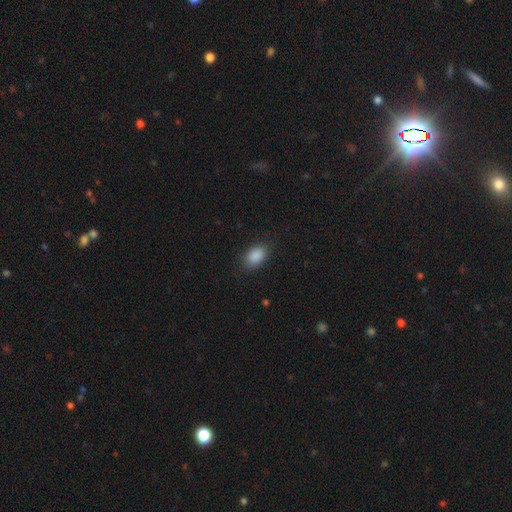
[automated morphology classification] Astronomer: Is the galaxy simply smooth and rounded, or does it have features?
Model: smooth — 89%.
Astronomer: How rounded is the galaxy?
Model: in between — 87%.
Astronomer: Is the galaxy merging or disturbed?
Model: none — 85%.